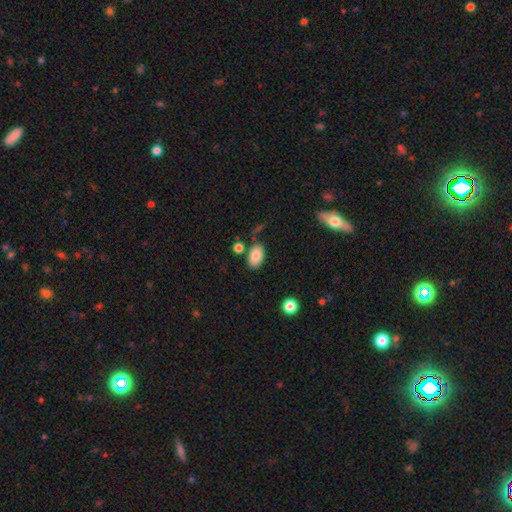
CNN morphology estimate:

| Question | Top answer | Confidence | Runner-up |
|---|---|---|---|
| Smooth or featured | smooth | 85% | star or artifact (8%) |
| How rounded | in between | 91% | round (8%) |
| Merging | none | 74% | minor disturbance (14%) |